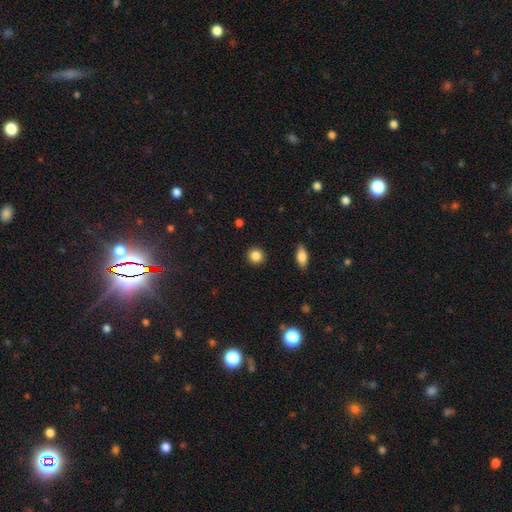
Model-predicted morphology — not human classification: smooth_or_featured: smooth (p=0.86) [alt: star or artifact p=0.09]
how_rounded: round (p=0.90) [alt: in between p=0.08]
merging: none (p=0.92) [alt: minor disturbance p=0.05]